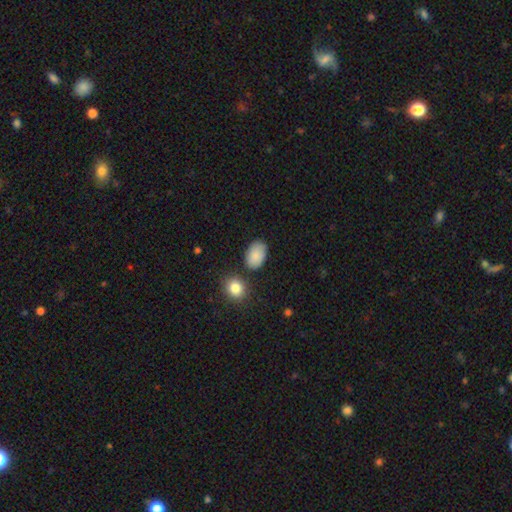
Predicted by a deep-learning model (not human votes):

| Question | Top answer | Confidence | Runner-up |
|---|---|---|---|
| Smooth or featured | smooth | 86% | star or artifact (7%) |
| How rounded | in between | 87% | round (11%) |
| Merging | none | 76% | minor disturbance (15%) |